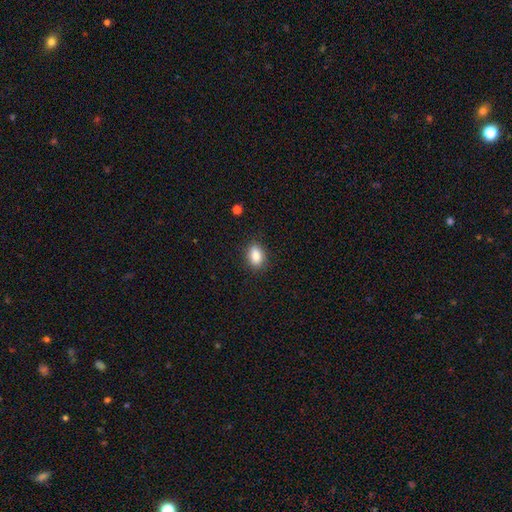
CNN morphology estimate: Smooth or featured: smooth — 86% (star or artifact — 8%)
How rounded: in between — 83% (round — 14%)
Merging: none — 85% (minor disturbance — 11%)